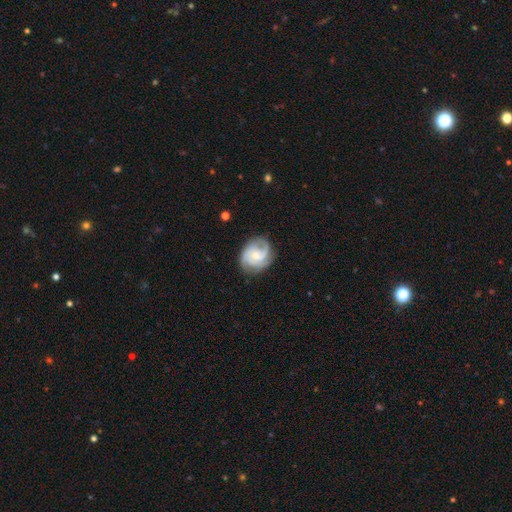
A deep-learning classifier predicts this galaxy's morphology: type=featured or disk (79%); edge-on=no (98%); bar=no (65%); spiral arms=yes (96%); winding=tight (44%); arm count=2 (36%); bulge=small (61%); merging=none (74%).